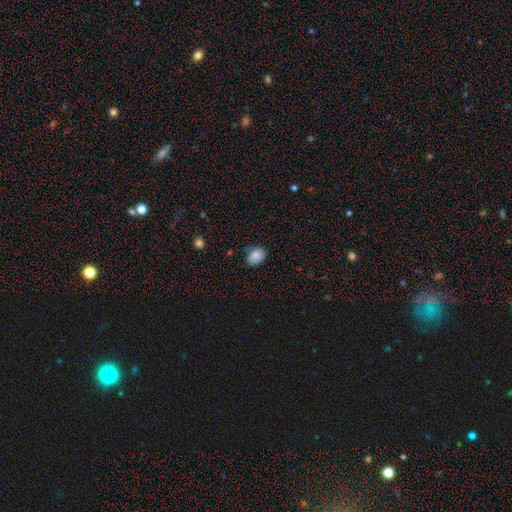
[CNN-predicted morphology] Overall: smooth (83%). How rounded: in between (70%). Merging: none (69%).